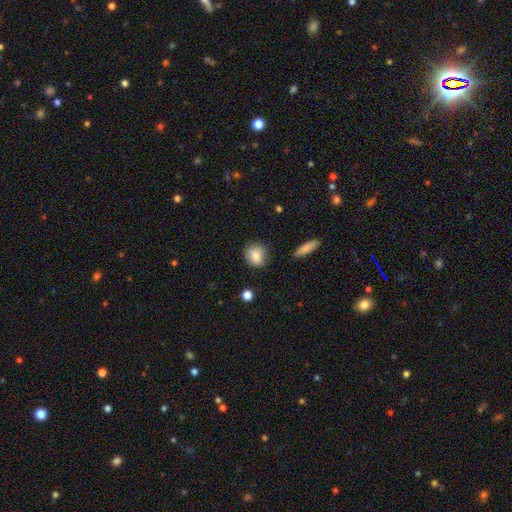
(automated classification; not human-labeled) A smooth galaxy with no disk features (84%) that is round (66%). Merging: none (78%).